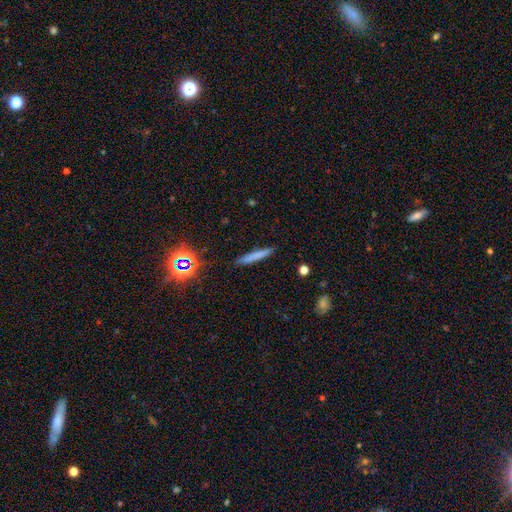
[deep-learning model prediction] The model was most divided on "smooth or featured": smooth: 70%, featured or disk: 18%, star or artifact: 12%. More confident: how rounded — cigar-shaped (94%); merging — none (89%).